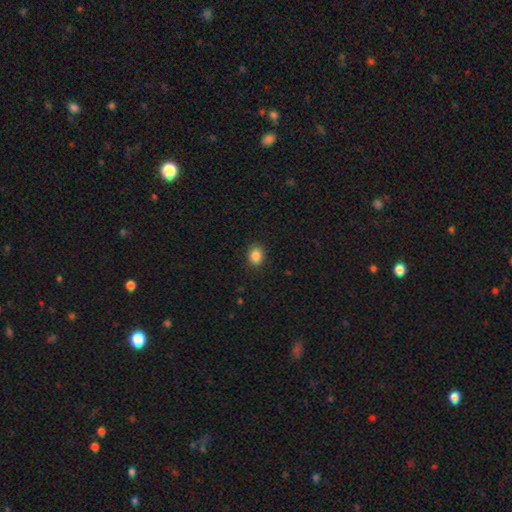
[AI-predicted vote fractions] This appears to be a smooth galaxy with no disk features (86%) that is round (59%). Merging: none (89%).